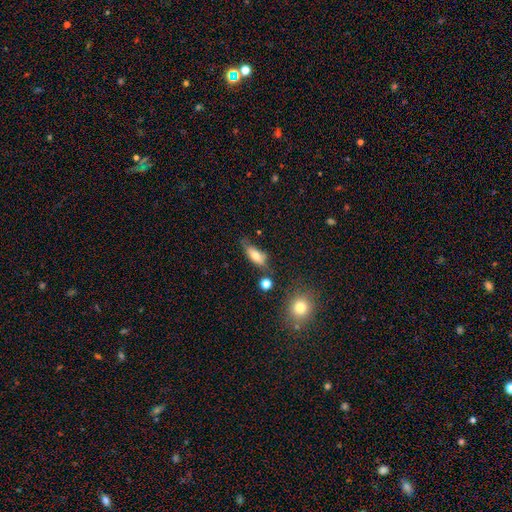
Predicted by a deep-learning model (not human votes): Q: Smooth or featured?
A: smooth (70%); runner-up: featured or disk (21%)
Q: How rounded?
A: in between (76%); runner-up: cigar-shaped (20%)
Q: Merging?
A: none (52%); runner-up: minor disturbance (30%)